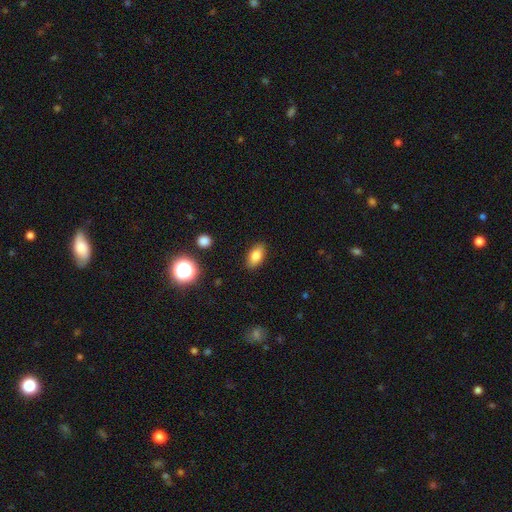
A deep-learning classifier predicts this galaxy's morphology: Overall: smooth (80%). How rounded: in between (88%). Merging: none (86%).